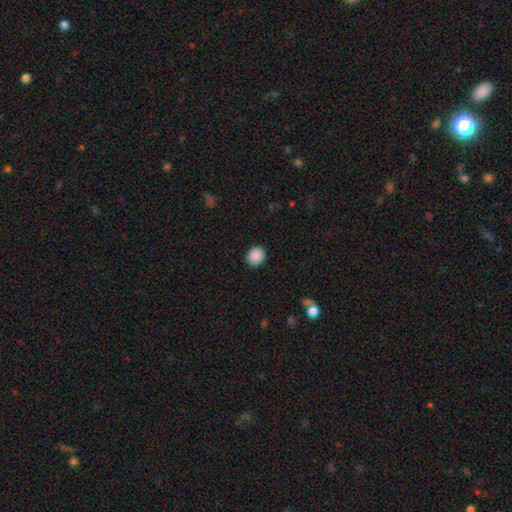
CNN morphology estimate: The model was most divided on "how rounded": round: 80%, in between: 19%, cigar-shaped: 1%. More confident: merging — none (91%); smooth or featured — smooth (89%).